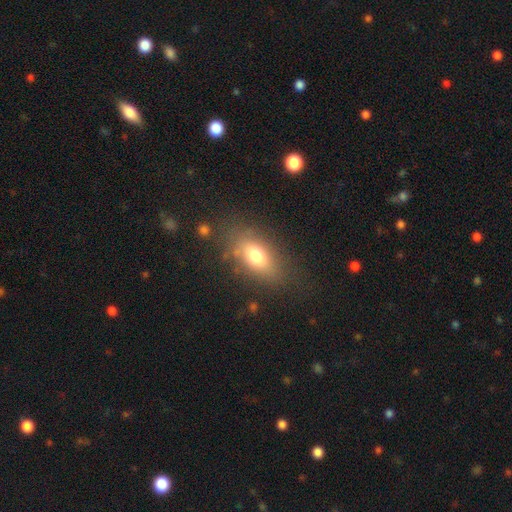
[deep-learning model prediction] smooth 73%, featured or disk 16%, star or artifact 10%. Down the decision tree: how rounded — in between (85%); merging — none (76%).